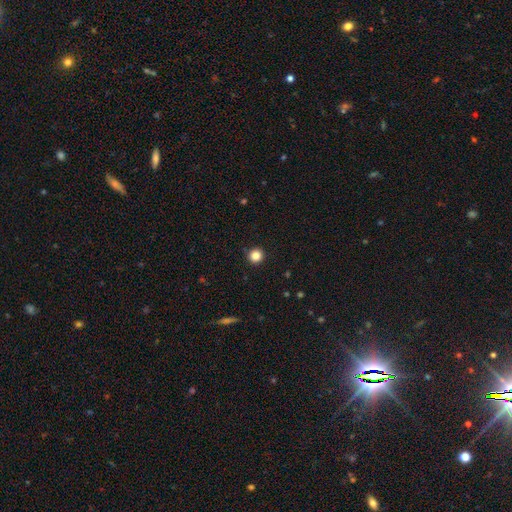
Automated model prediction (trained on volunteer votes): Smooth or featured? smooth (84%)
How rounded? round (95%)
Merging? none (93%)